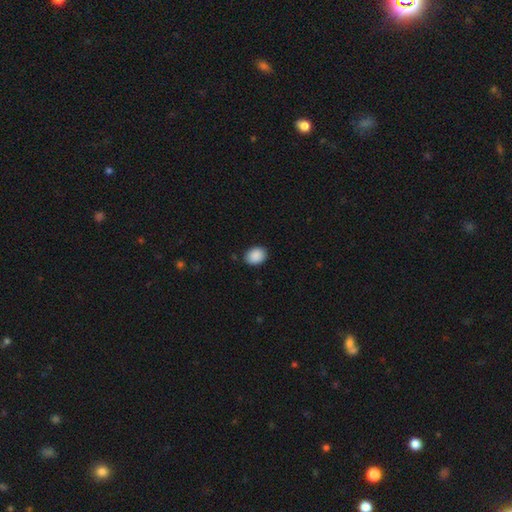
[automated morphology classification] type=smooth (90%); roundness=in between (67%); merging=none (87%).